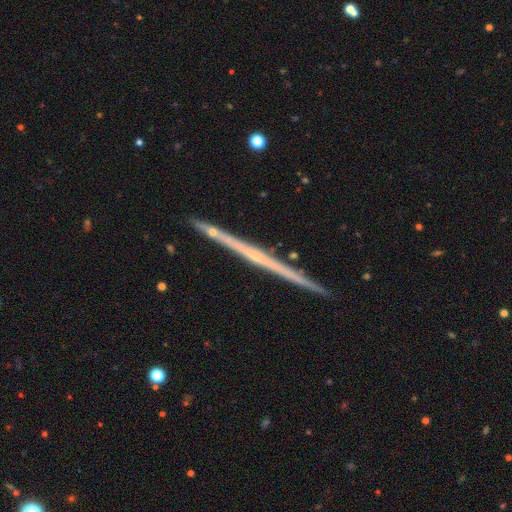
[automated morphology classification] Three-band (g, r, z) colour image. It shows a featured or disk galaxy (76%) viewed edge-on (98%) with no central bulge (75%). Merging: none (91%).